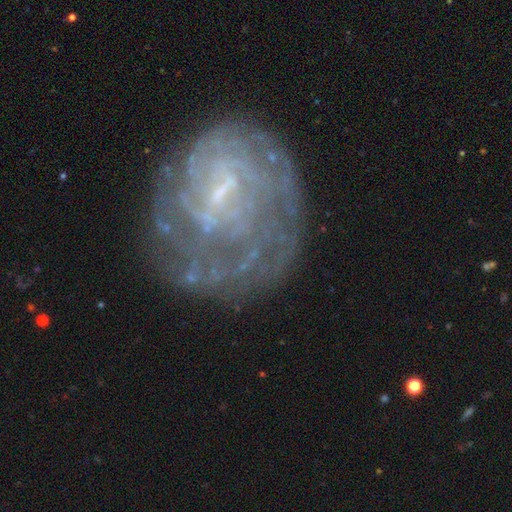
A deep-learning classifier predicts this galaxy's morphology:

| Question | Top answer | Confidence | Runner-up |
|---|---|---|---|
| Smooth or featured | featured or disk | 74% | smooth (15%) |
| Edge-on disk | no | 97% | yes (3%) |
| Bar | weak | 51% | no (32%) |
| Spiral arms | yes | 72% | no (28%) |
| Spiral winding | tight | 62% | medium (25%) |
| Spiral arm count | can't tell | 58% | 2 (12%) |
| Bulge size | small | 60% | none (26%) |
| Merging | none | 62% | minor disturbance (18%) |